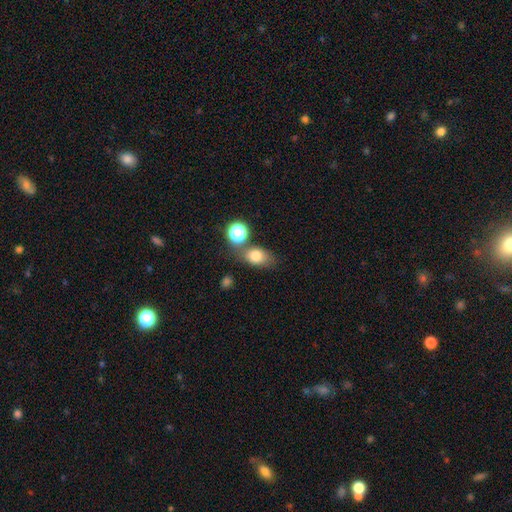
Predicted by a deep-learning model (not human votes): The model was most divided on "merging": none: 60%, merger: 17%, minor disturbance: 17%, major disturbance: 6%. More confident: smooth or featured — smooth (77%); how rounded — in between (72%).